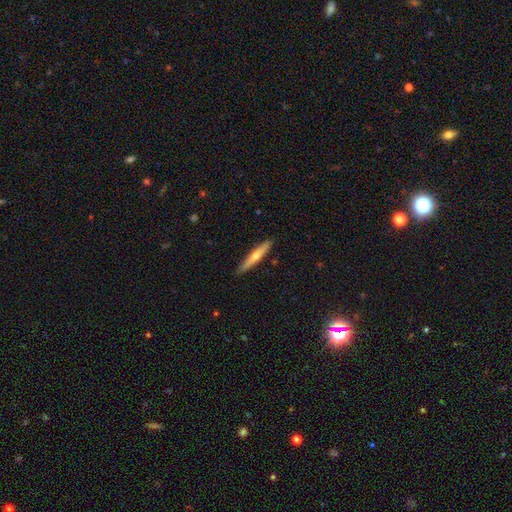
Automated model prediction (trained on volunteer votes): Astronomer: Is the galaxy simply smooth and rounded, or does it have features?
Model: featured or disk — 53% (runner-up: smooth, 40%).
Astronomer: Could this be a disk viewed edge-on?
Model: yes — 95%.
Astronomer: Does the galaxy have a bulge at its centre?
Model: rounded — 79%.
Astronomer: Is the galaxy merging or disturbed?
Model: none — 90%.